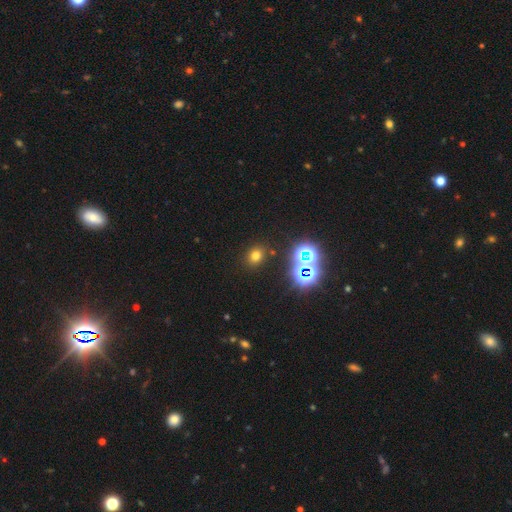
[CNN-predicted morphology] smooth-or-featured: smooth: 66% | star or artifact: 26% | featured or disk: 7%
  how-rounded: round: 66% | in between: 33% | cigar-shaped: 1%
  merging: none: 86% | minor disturbance: 8% | major disturbance: 3% | merger: 3%